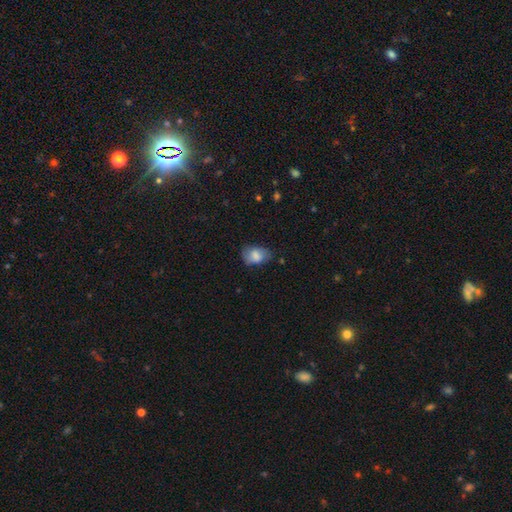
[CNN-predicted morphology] Overall: smooth (72%). How rounded: in between (84%). Merging: none (59%; minor disturbance 30%).